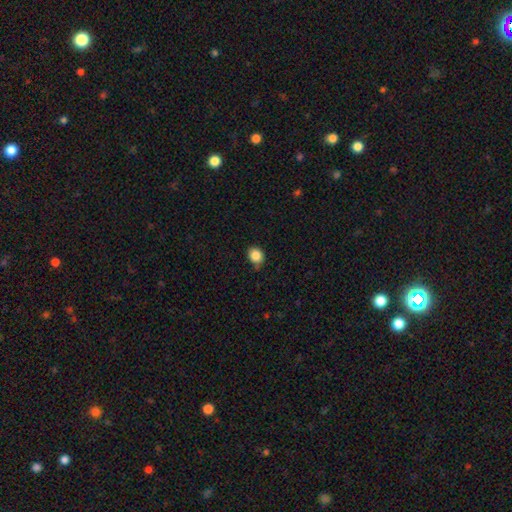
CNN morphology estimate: Smooth or featured? smooth (86%)
How rounded? round (70%)
Merging? none (77%)